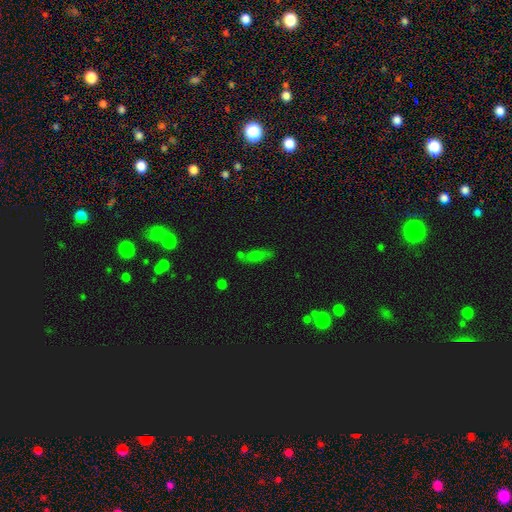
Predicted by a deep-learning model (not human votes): This is likely a smooth galaxy (68%). How rounded: possibly in between (60%). Merging: likely none (62%).